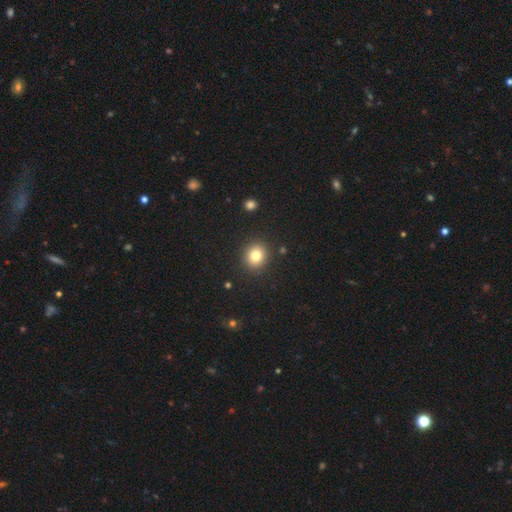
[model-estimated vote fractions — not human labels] Overall: smooth (81%). How rounded: round (83%). Merging: none (90%).